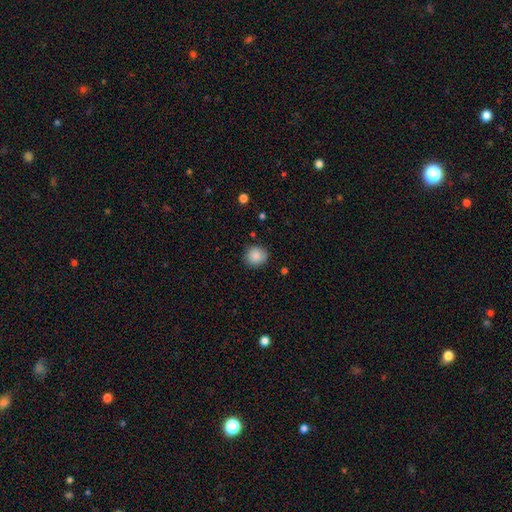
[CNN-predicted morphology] This is clearly a smooth galaxy (87%). How rounded: clearly round (85%). Merging: clearly none (85%).